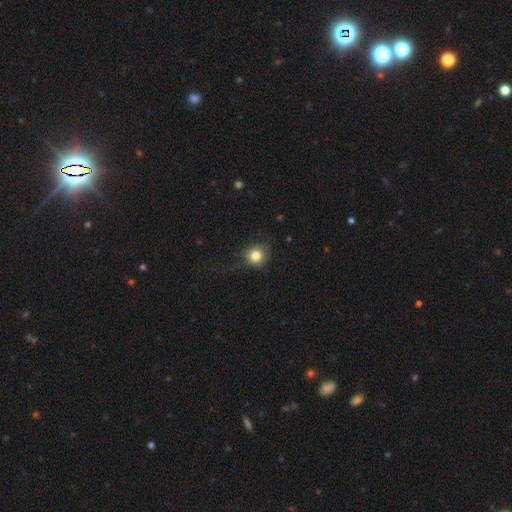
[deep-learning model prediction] This is likely a smooth galaxy (80%). How rounded: clearly round (85%). Merging: likely none (62%).